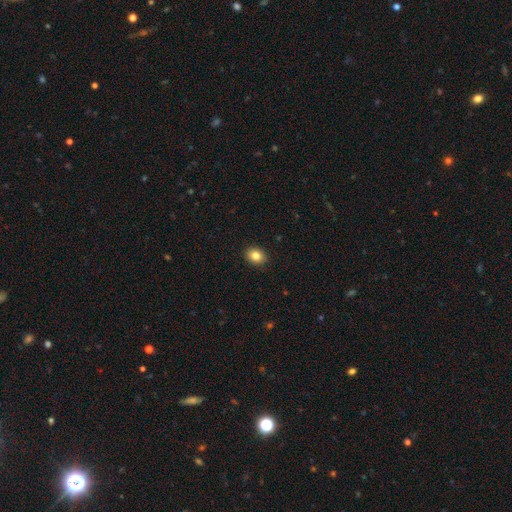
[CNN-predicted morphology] The model was most divided on "how rounded": in between: 53%, round: 47%, cigar-shaped: 1%. More confident: merging — none (91%); smooth or featured — smooth (84%).